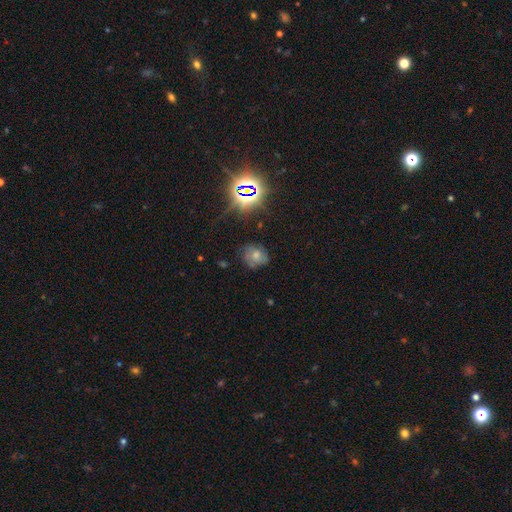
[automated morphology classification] This appears to be a smooth galaxy with no disk features (44%). Merging: none (67%).